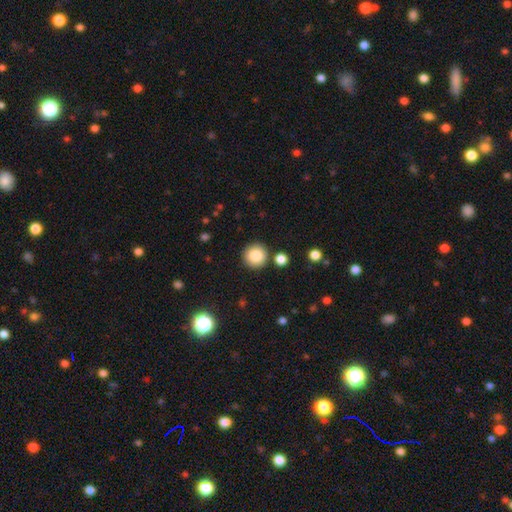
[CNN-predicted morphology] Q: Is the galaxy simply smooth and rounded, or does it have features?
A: smooth — 86%.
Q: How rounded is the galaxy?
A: round — 95%.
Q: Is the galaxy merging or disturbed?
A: none — 88%.